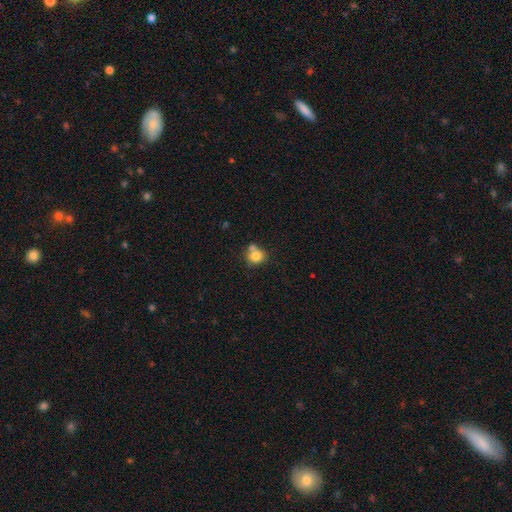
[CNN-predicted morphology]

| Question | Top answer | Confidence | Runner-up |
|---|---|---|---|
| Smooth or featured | smooth | 79% | star or artifact (11%) |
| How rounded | round | 82% | in between (17%) |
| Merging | none | 53% | merger (30%) |